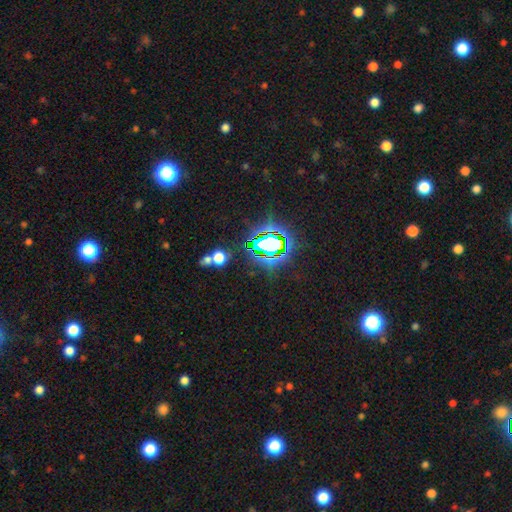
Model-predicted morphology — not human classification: smooth_or_featured: star or artifact (p=0.79) [alt: smooth p=0.13]